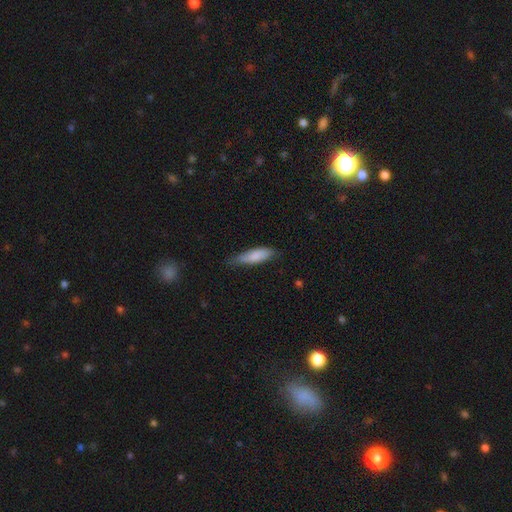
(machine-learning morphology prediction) Smooth or featured: smooth — 81% (featured or disk — 13%)
How rounded: in between — 49% (tied with cigar-shaped — 49%)
Merging: none — 64% (minor disturbance — 29%)